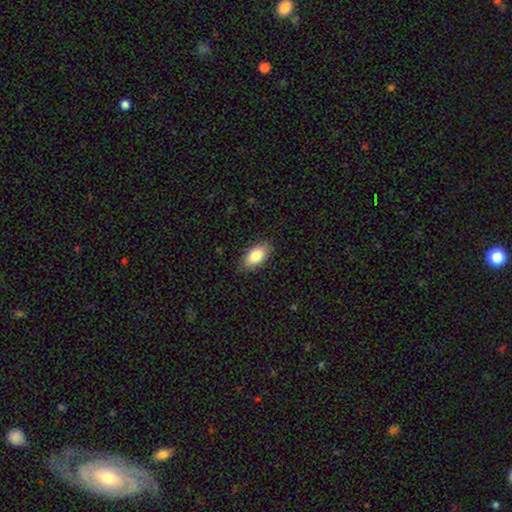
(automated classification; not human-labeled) smooth-or-featured: smooth: 83% | featured or disk: 10% | star or artifact: 7%
  how-rounded: in between: 92% | round: 4% | cigar-shaped: 4%
  merging: none: 86% | minor disturbance: 11% | major disturbance: 2% | merger: 1%